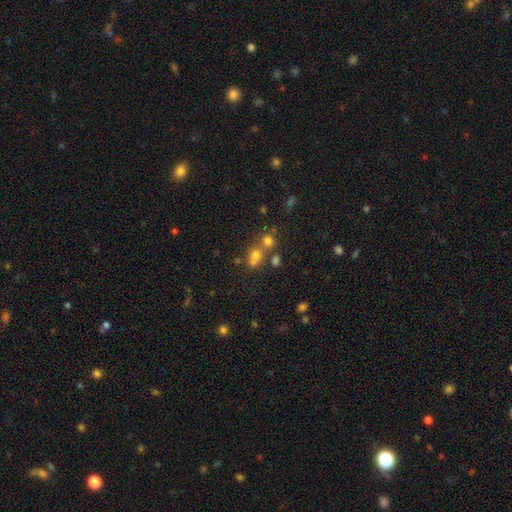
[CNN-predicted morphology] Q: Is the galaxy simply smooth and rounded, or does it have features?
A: smooth — 61%.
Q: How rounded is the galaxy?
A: round — 77%.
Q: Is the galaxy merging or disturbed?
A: merger — 47%.